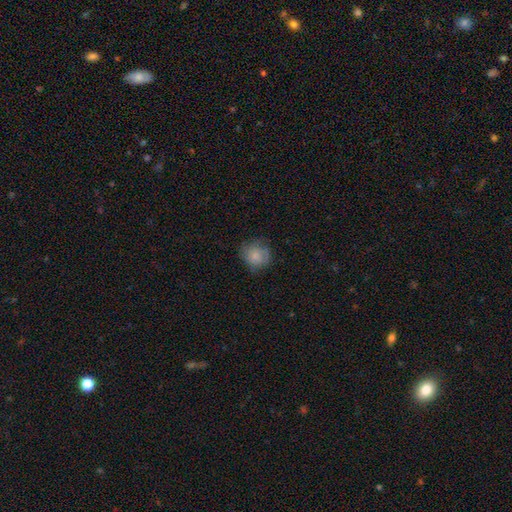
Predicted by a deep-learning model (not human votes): smooth 73%, featured or disk 18%, star or artifact 8%. Down the decision tree: how rounded — round (82%); merging — none (69%).